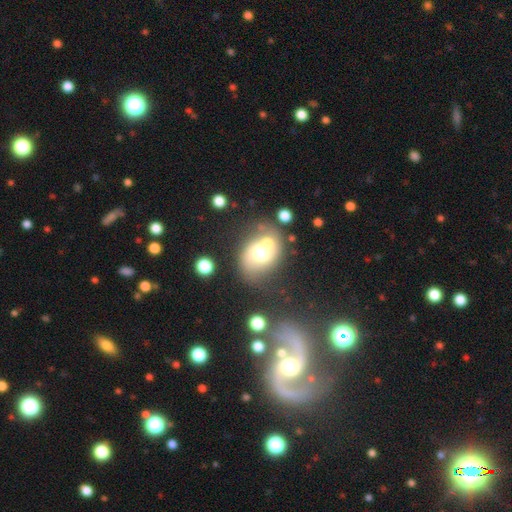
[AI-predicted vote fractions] This appears to be a featured or disk galaxy (52%). Merging: none (41%).